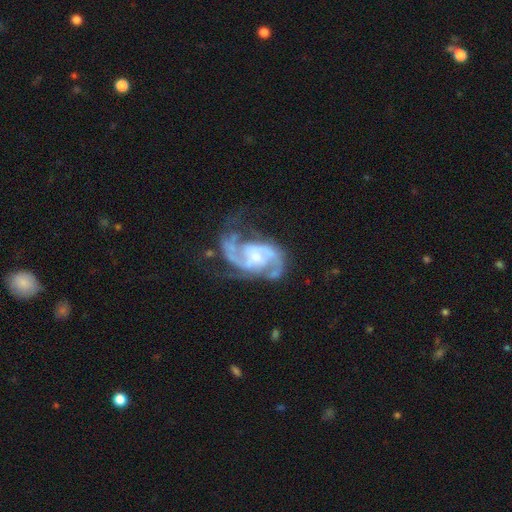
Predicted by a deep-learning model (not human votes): The model was most divided on "bar": weak: 44%, no: 42%, strong: 14%. More confident: edge-on disk — no (98%); spiral arms — yes (97%); smooth or featured — featured or disk (90%); spiral arm count — 2 (76%); spiral winding — medium (56%); bulge size — small (56%); merging — none (52%).